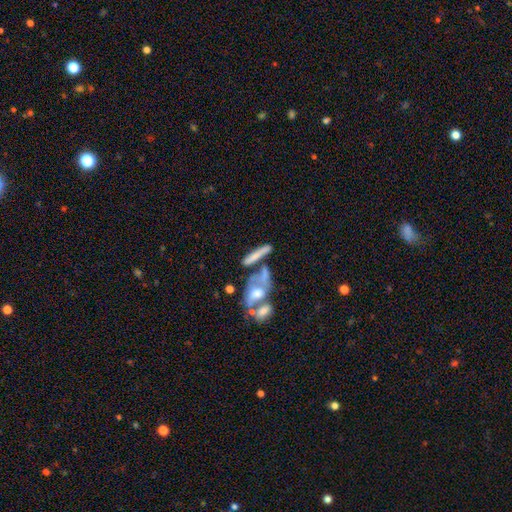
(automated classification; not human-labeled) smooth 58%, featured or disk 33%, star or artifact 9%. Down the decision tree: how rounded — cigar-shaped (70%); merging — none (40%).